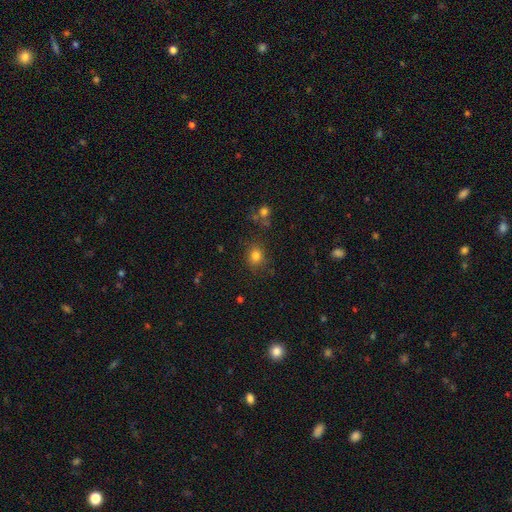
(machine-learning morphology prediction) This appears to be a smooth galaxy with no disk features (80%) that is round (69%). Merging: none (81%).